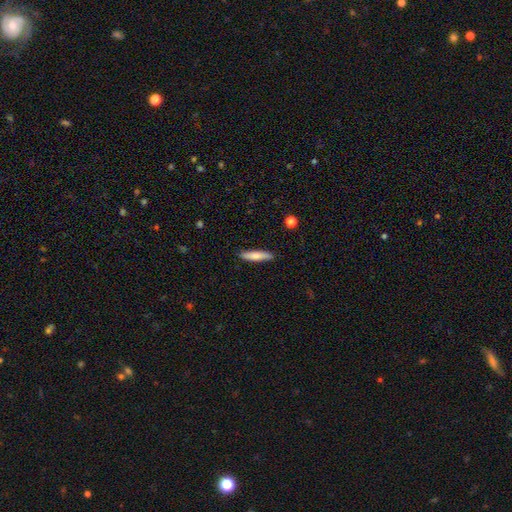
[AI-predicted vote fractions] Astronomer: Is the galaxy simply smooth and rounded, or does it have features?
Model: smooth — 76%.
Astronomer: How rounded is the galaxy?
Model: cigar-shaped — 82%.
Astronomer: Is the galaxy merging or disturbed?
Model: none — 89%.